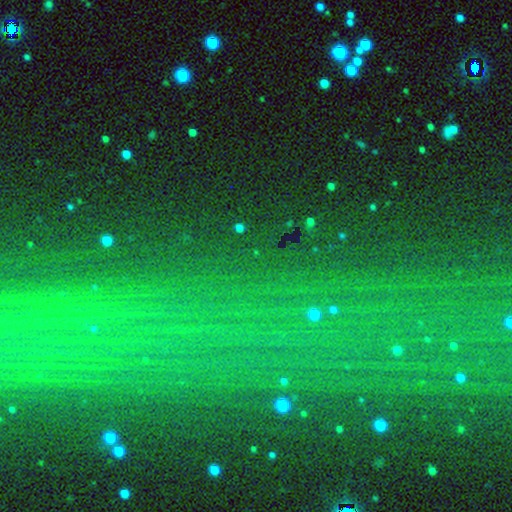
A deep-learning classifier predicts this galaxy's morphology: Smooth or featured? Predicted: star or artifact (p=0.80).